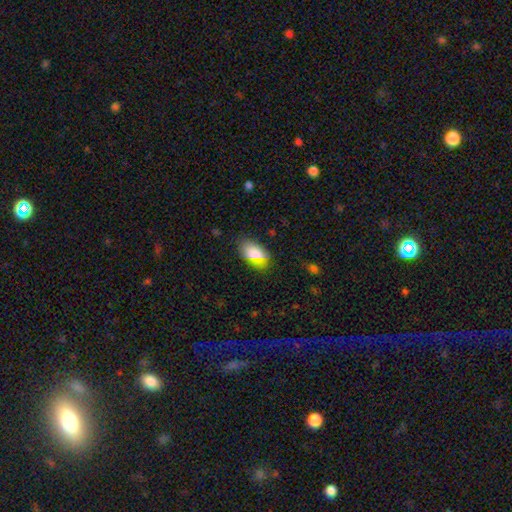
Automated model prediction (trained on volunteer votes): The model was most divided on "merging": none: 75%, minor disturbance: 18%, major disturbance: 5%, merger: 2%. More confident: how rounded — in between (90%); smooth or featured — smooth (81%).